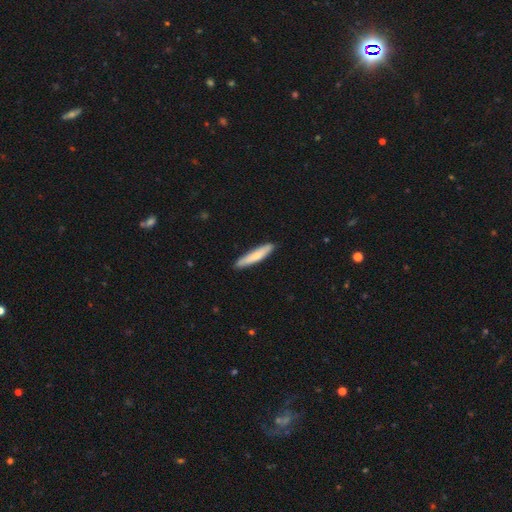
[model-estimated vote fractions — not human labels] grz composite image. It shows a smooth galaxy with no disk features (71%) that is cigar-shaped (89%). Merging: none (89%).